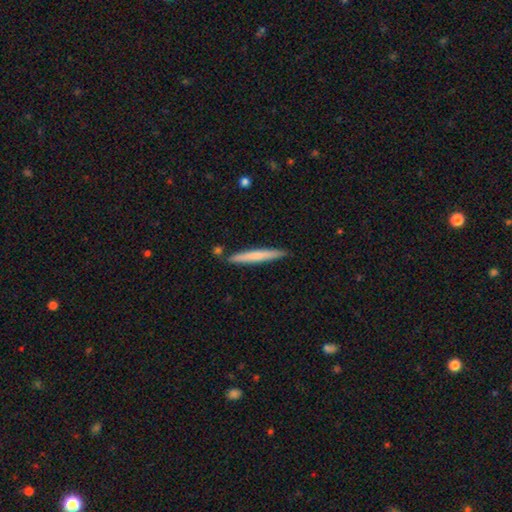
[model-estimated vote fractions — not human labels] The model was most divided on "smooth or featured": smooth: 63%, featured or disk: 31%, star or artifact: 5%. More confident: how rounded — cigar-shaped (96%); merging — none (88%).